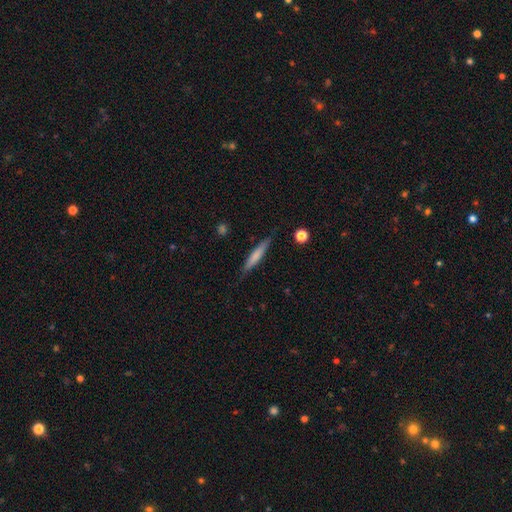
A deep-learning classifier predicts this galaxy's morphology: Q: Smooth or featured?
A: smooth (68%); runner-up: featured or disk (26%)
Q: How rounded?
A: cigar-shaped (91%); runner-up: in between (7%)
Q: Merging?
A: none (84%); runner-up: minor disturbance (12%)